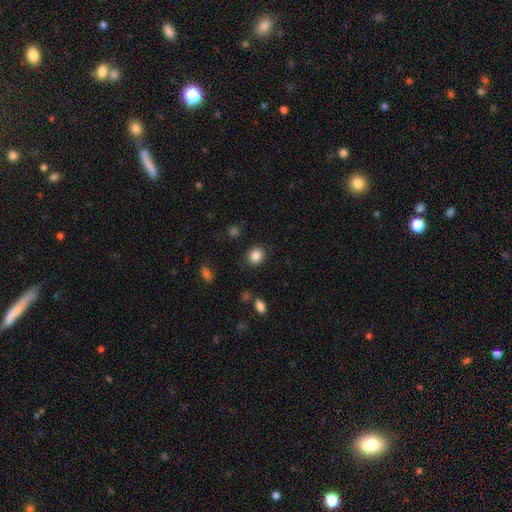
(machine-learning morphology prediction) Smooth or featured: smooth — 86% (star or artifact — 10%)
How rounded: round — 77% (in between — 22%)
Merging: none — 88% (minor disturbance — 8%)